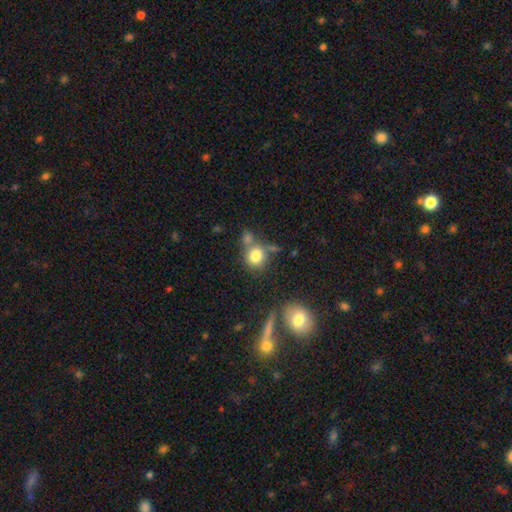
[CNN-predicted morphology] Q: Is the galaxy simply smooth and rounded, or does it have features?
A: smooth — 81%.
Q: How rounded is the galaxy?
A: round — 79%.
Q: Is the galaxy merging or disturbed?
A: none — 55%.